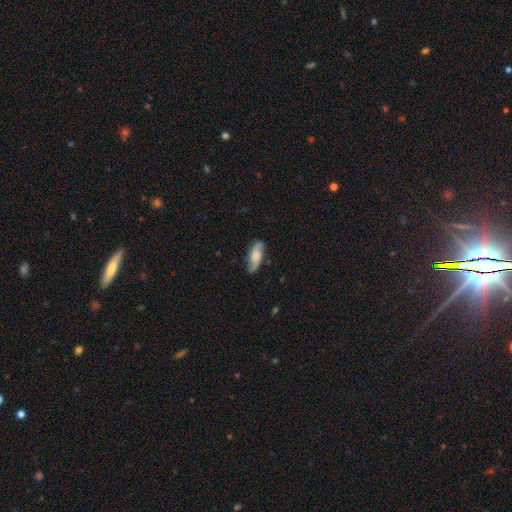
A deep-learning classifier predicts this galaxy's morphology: The model was most divided on "smooth or featured": featured or disk: 47%, smooth: 46%, star or artifact: 7%. More confident: merging — none (77%).